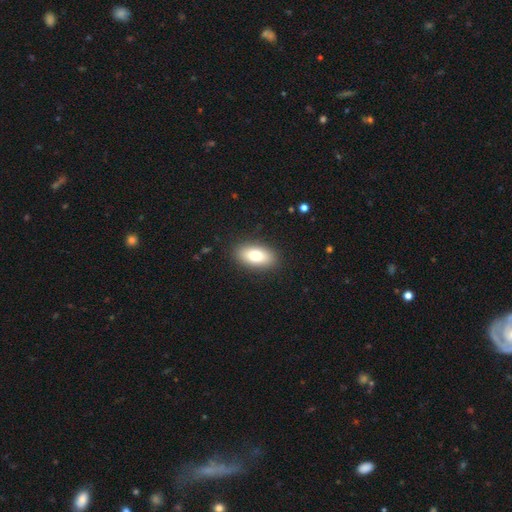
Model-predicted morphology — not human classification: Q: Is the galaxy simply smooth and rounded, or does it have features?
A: smooth — 76%.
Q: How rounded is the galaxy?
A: in between — 90%.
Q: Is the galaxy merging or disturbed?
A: none — 88%.